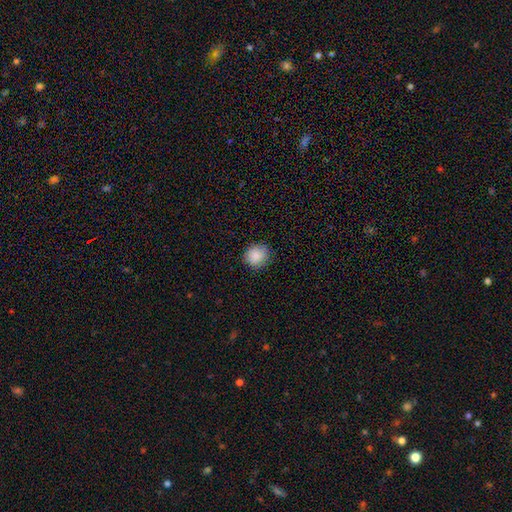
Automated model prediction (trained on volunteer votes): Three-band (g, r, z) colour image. It shows a smooth galaxy with no disk features (86%) that is round (82%). Merging: none (83%).